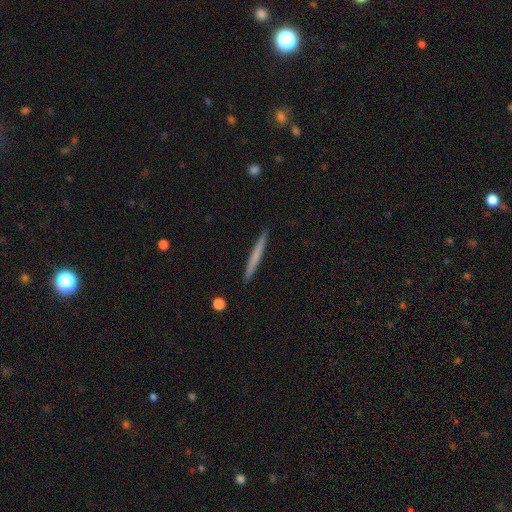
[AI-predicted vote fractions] smooth_or_featured: smooth (p=0.60) [alt: featured or disk p=0.34]
how_rounded: cigar-shaped (p=0.97) [alt: in between p=0.02]
merging: none (p=0.92) [alt: minor disturbance p=0.05]